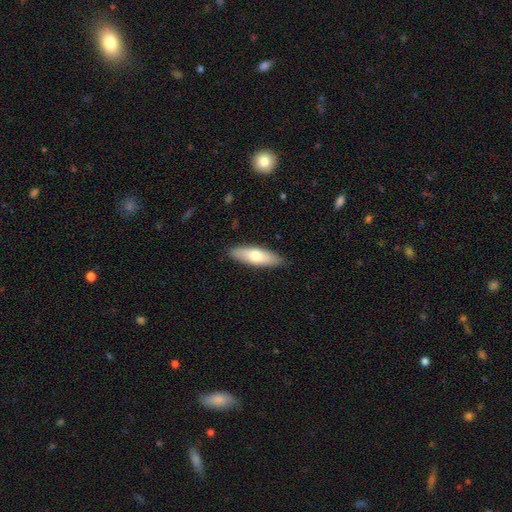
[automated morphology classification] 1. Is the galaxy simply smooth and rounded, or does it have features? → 69% smooth, 26% featured or disk, 5% star or artifact.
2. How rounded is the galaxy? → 54% cigar-shaped, 44% in between, 2% round.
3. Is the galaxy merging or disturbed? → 87% none, 10% minor disturbance, 2% major disturbance, 1% merger.